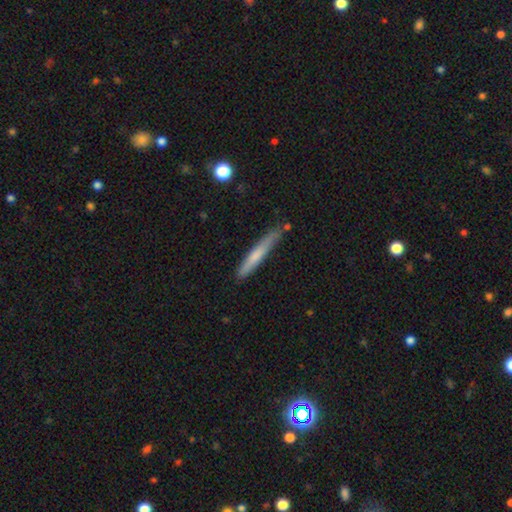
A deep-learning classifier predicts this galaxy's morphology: smooth_or_featured: smooth (p=0.63) [alt: featured or disk p=0.31]
how_rounded: cigar-shaped (p=0.95) [alt: in between p=0.03]
merging: none (p=0.76) [alt: minor disturbance p=0.17]